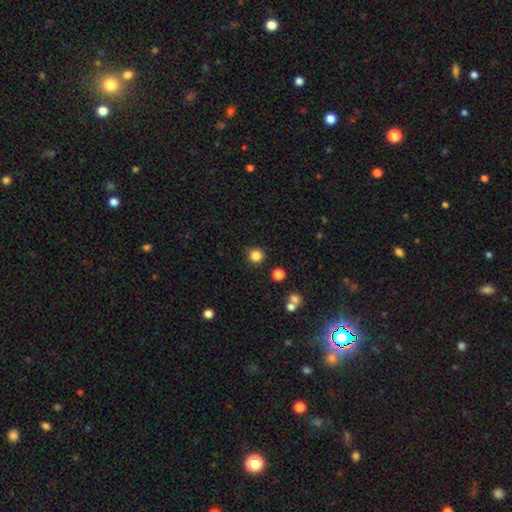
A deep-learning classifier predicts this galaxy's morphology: smooth 84%, star or artifact 12%, featured or disk 4%. Down the decision tree: how rounded — round (95%); merging — none (88%).